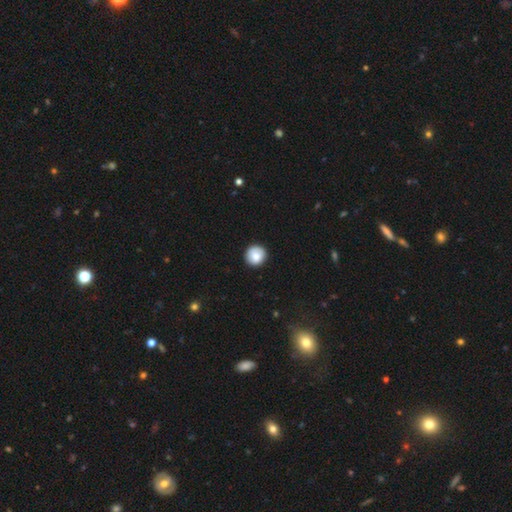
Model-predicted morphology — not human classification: Smooth or featured: smooth — 83% (featured or disk — 9%)
How rounded: round — 91% (in between — 8%)
Merging: none — 85% (minor disturbance — 12%)